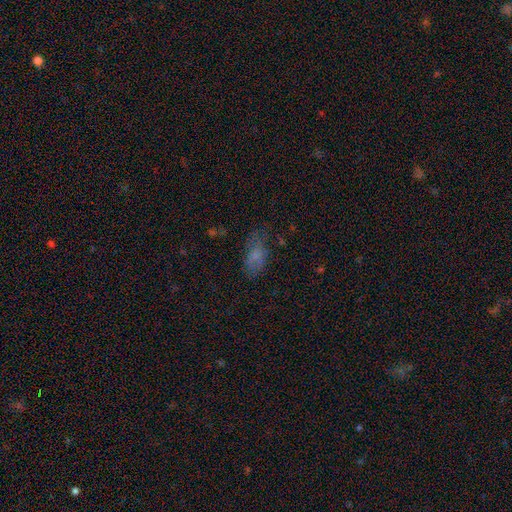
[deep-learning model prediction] Smooth or featured?
  - smooth: 67% *
  - featured or disk: 20%
  - star or artifact: 13%
How rounded?
  - in between: 88% *
  - cigar-shaped: 8%
  - round: 5%
Merging?
  - none: 54% *
  - minor disturbance: 27%
  - major disturbance: 16%
  - merger: 3%